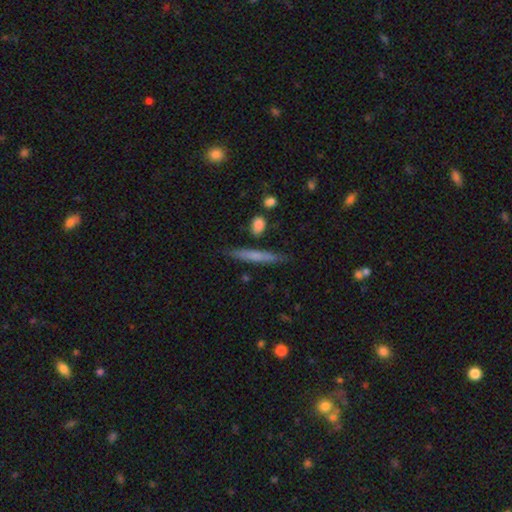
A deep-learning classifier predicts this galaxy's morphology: This appears to be a smooth galaxy with no disk features (59%) that is cigar-shaped (94%). Merging: none (84%).